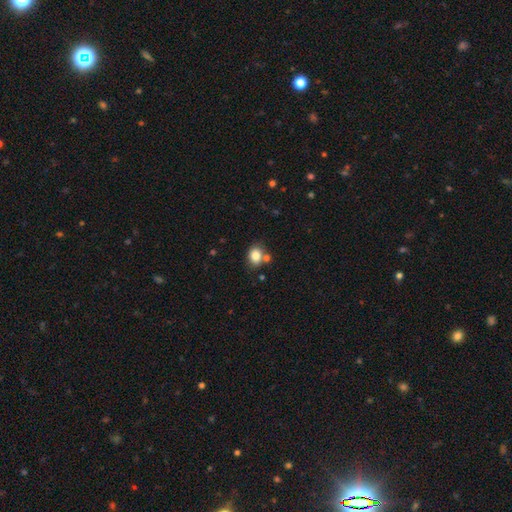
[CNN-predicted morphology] smooth_or_featured: smooth (p=0.83) [alt: star or artifact p=0.10]
how_rounded: in between (p=0.52) [alt: round p=0.47]
merging: none (p=0.64) [alt: merger p=0.18]